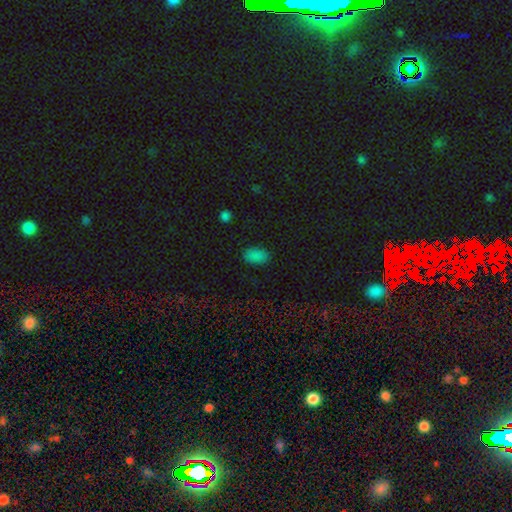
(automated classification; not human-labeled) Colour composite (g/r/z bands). It shows a smooth galaxy with no disk features (84%) that is in between round and cigar-shaped (93%). Merging: none (86%).